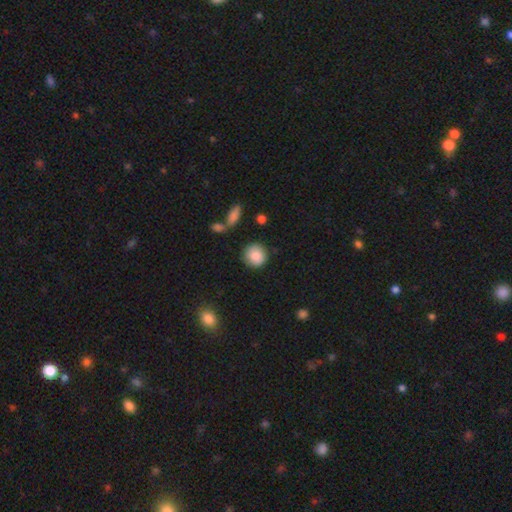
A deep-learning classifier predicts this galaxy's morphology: A smooth galaxy with no disk features (88%) that is round (88%). Merging: none (82%).